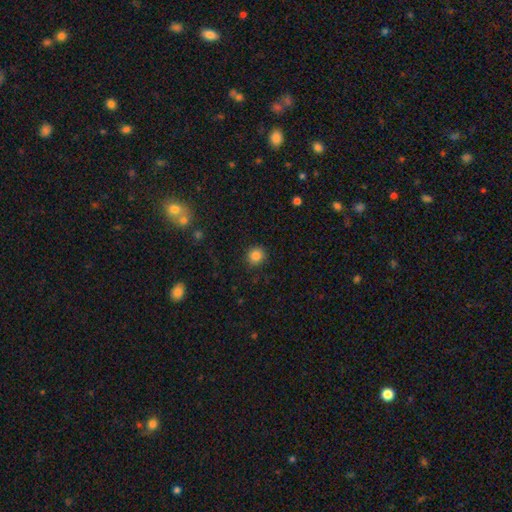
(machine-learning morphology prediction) Q: Smooth or featured?
A: smooth (85%); runner-up: star or artifact (11%)
Q: How rounded?
A: round (91%); runner-up: in between (8%)
Q: Merging?
A: none (89%); runner-up: minor disturbance (7%)